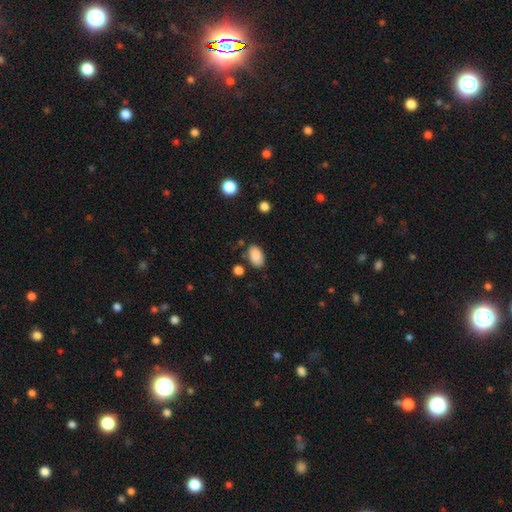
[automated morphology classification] This appears to be a smooth galaxy with no disk features (88%) that is in between round and cigar-shaped (92%). Merging: none (78%).